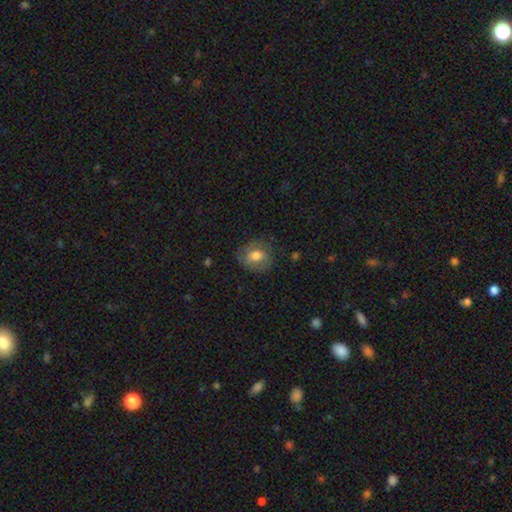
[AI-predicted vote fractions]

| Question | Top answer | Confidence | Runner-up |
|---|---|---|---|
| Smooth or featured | smooth | 56% | featured or disk (36%) |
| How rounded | round | 63% | in between (36%) |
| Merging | none | 73% | minor disturbance (19%) |